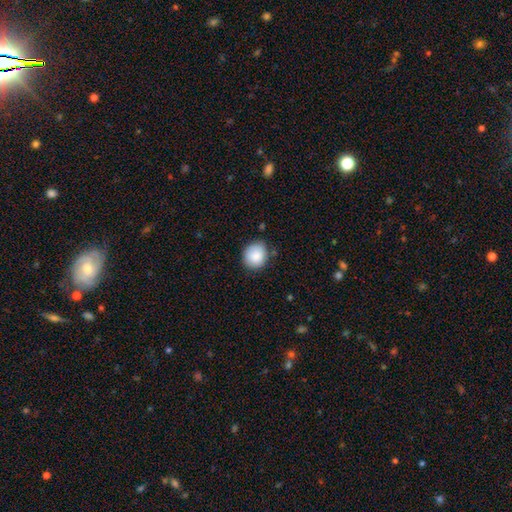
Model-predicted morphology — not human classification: Smooth or featured? smooth (87%)
How rounded? round (81%)
Merging? none (77%)